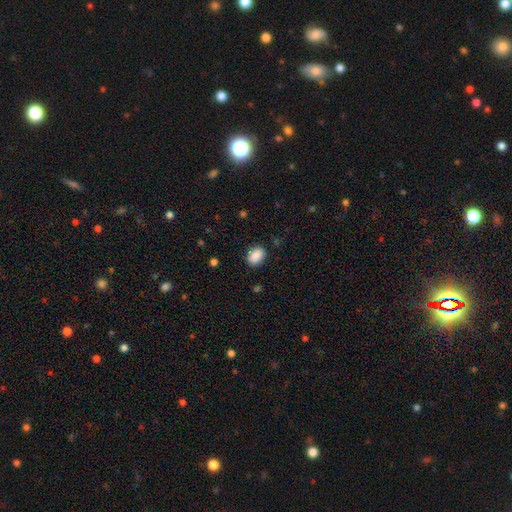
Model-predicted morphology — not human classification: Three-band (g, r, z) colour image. It shows a smooth galaxy with no disk features (89%) that is in between round and cigar-shaped (78%). Merging: none (86%).